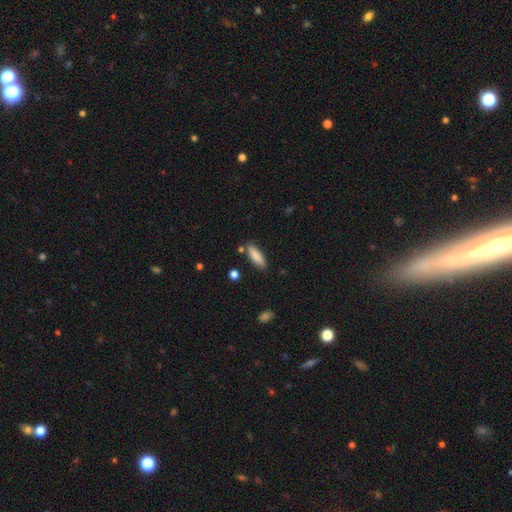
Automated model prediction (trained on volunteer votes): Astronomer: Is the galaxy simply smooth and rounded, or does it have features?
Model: smooth — 86%.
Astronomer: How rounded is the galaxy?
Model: in between — 54% (runner-up: cigar-shaped, 44%).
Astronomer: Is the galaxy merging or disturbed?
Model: none — 81%.